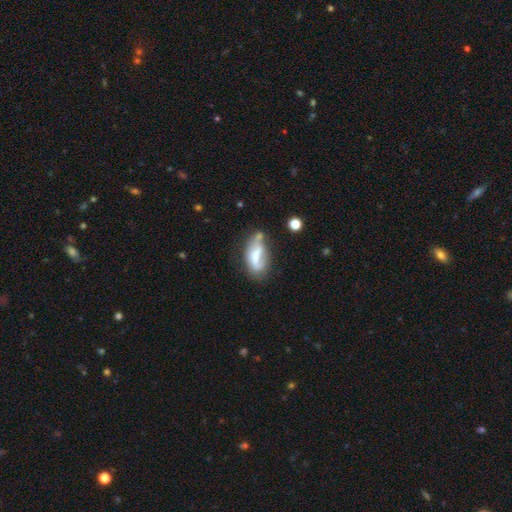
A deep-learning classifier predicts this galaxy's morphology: smooth-or-featured: featured or disk: 51% | smooth: 42% | star or artifact: 8%
  disk-edge-on: no: 89% | yes: 11%
  merging: none: 40% | minor disturbance: 30% | major disturbance: 17% | merger: 13%